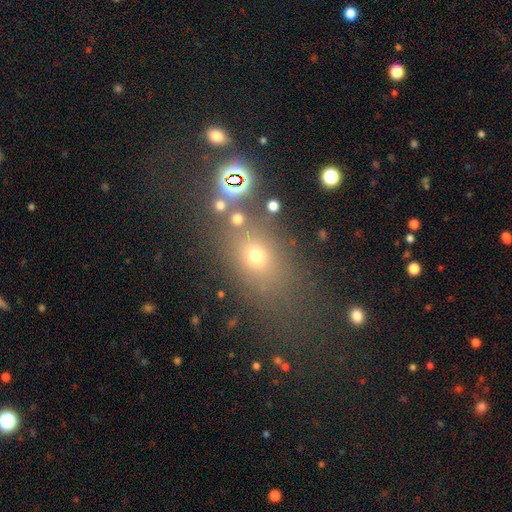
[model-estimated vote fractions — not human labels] Smooth or featured? Predicted: smooth (p=0.58). How rounded? Predicted: in between (p=0.59). Merging? Predicted: none (p=0.69).